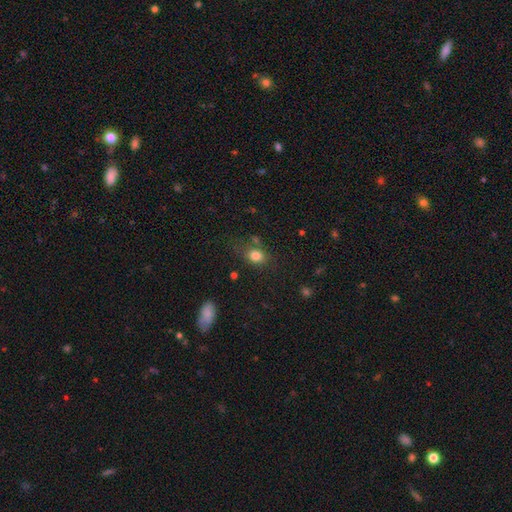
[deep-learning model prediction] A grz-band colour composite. It shows a smooth galaxy with no disk features (81%) that is in between round and cigar-shaped (53%). Merging: none (65%).